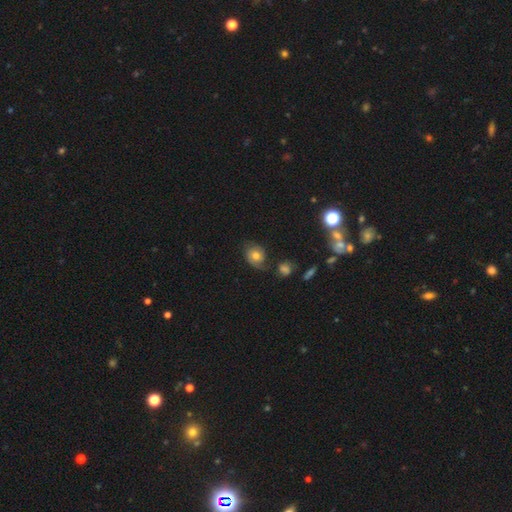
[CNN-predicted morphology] Smooth or featured? Predicted: smooth (p=0.47). Merging? Predicted: none (p=0.58).